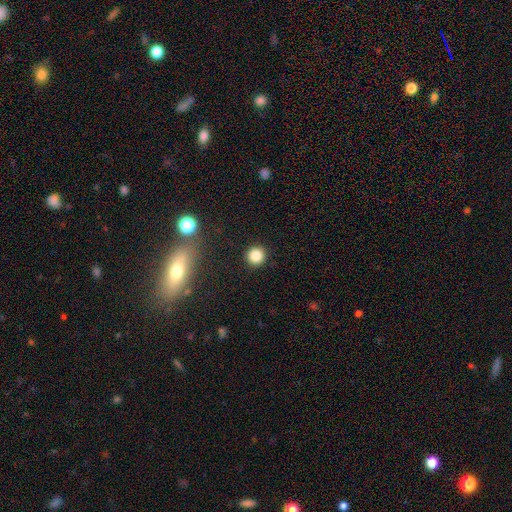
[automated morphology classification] This appears to be a smooth galaxy with no disk features (84%) that is round (94%). Merging: none (92%).